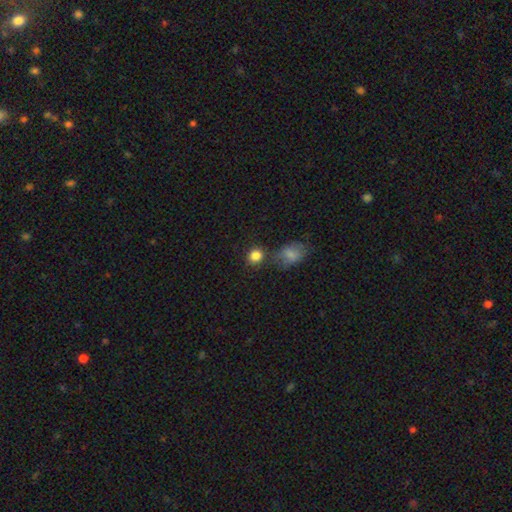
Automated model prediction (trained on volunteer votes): A smooth galaxy with no disk features (85%) that is round (76%). Merging: none (66%).